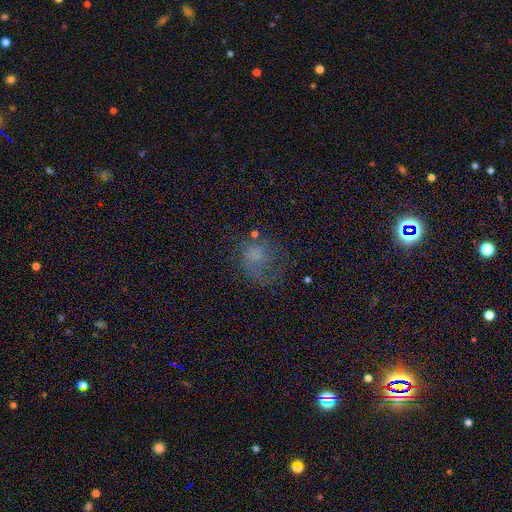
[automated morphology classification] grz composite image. It shows a smooth galaxy with no disk features (53%) that is round (61%). Merging: none (39%).